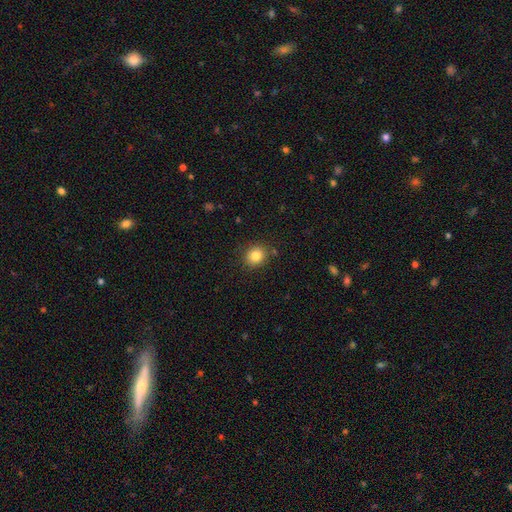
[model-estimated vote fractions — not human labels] Overall: smooth (83%). How rounded: round (77%). Merging: none (86%).